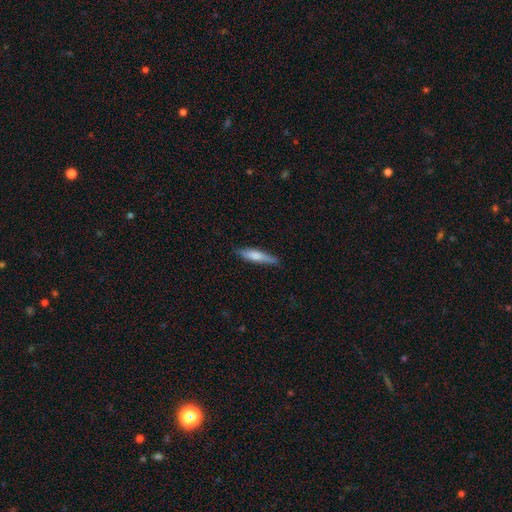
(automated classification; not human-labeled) A smooth galaxy with no disk features (67%) that is cigar-shaped (83%). Merging: none (79%).